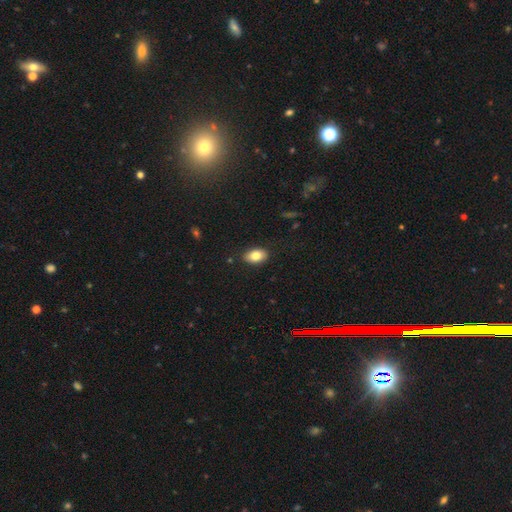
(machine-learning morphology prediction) The model was most divided on "smooth or featured": smooth: 82%, featured or disk: 10%, star or artifact: 8%. More confident: how rounded — in between (89%); merging — none (87%).